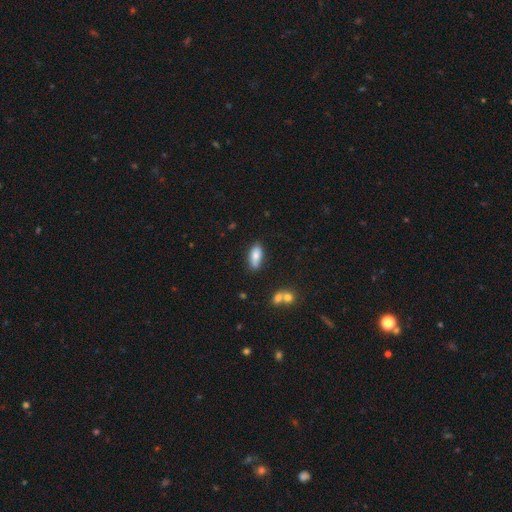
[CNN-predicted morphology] A smooth galaxy with no disk features (81%) that is in between round and cigar-shaped (82%).

Vote fractions:
- Smooth or featured? smooth: 81% / featured or disk: 12% / star or artifact: 7%
- How rounded? in between: 82% / cigar-shaped: 15% / round: 3%
- Merging? none: 74% / minor disturbance: 18% / merger: 5% / major disturbance: 3%